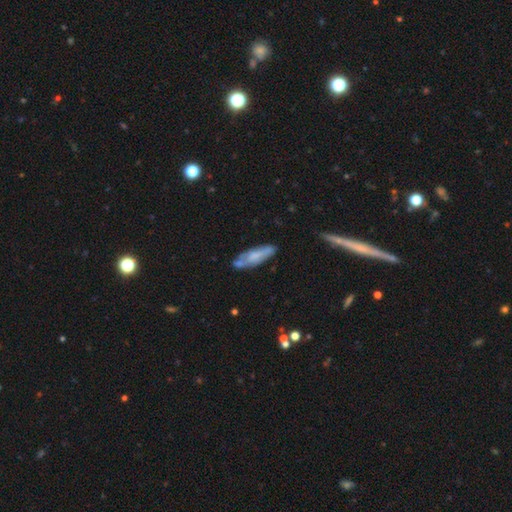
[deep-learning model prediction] Smooth or featured?
  - smooth: 56% *
  - featured or disk: 37%
  - star or artifact: 7%
How rounded?
  - cigar-shaped: 56% *
  - in between: 42%
  - round: 2%
Merging?
  - none: 60% *
  - minor disturbance: 25%
  - merger: 8%
  - major disturbance: 7%